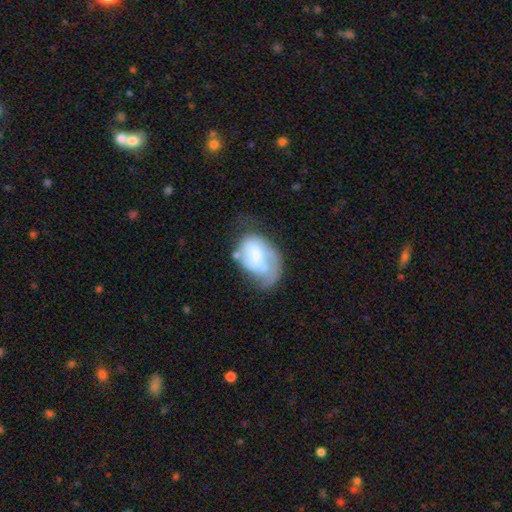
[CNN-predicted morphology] Smooth or featured?
  - featured or disk: 47% *
  - smooth: 45%
  - star or artifact: 8%
Merging?
  - minor disturbance: 32% *
  - major disturbance: 30%
  - none: 27%
  - merger: 11%